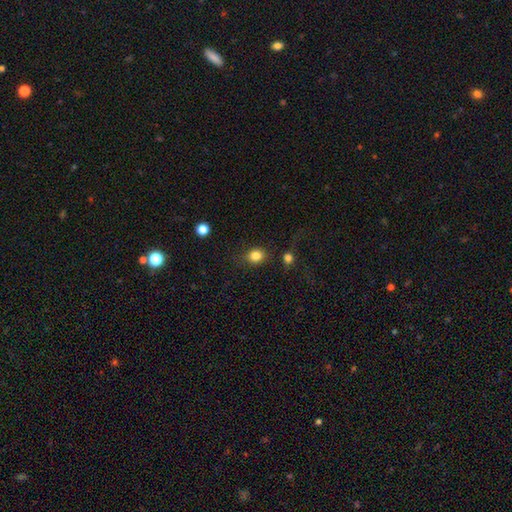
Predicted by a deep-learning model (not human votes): smooth_or_featured: smooth (p=0.84) [alt: star or artifact p=0.11]
how_rounded: round (p=0.63) [alt: in between p=0.36]
merging: none (p=0.76) [alt: minor disturbance p=0.14]